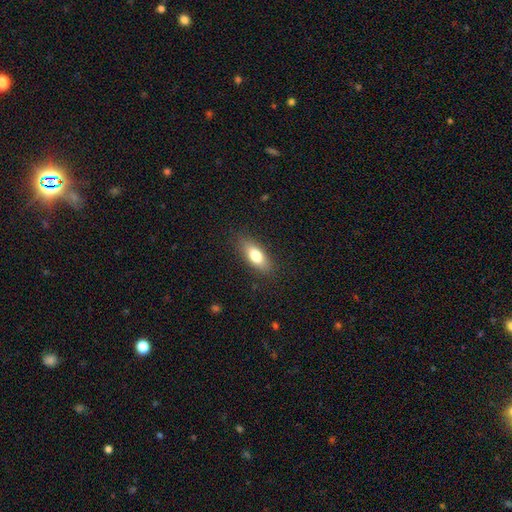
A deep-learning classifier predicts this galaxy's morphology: type=smooth (77%); roundness=in between (75%); merging=none (85%).